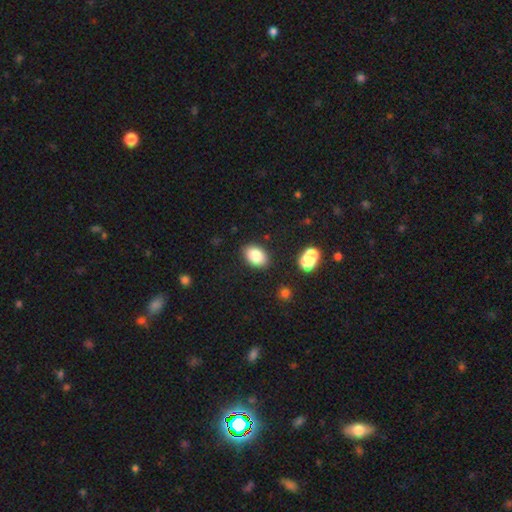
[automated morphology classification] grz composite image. It shows a smooth galaxy with no disk features (83%) that is in between round and cigar-shaped (81%). Merging: none (85%).